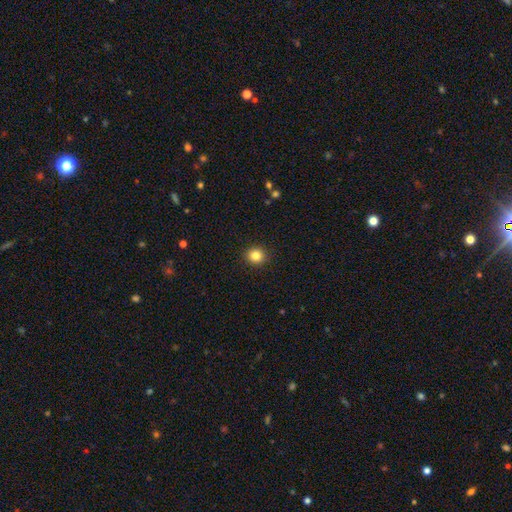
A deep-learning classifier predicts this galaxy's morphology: A smooth galaxy with no disk features (84%) that is round (90%).

Vote fractions:
- Smooth or featured? smooth: 84% / star or artifact: 11% / featured or disk: 5%
- How rounded? round: 90% / in between: 9% / cigar-shaped: 1%
- Merging? none: 92% / minor disturbance: 5% / major disturbance: 2% / merger: 1%